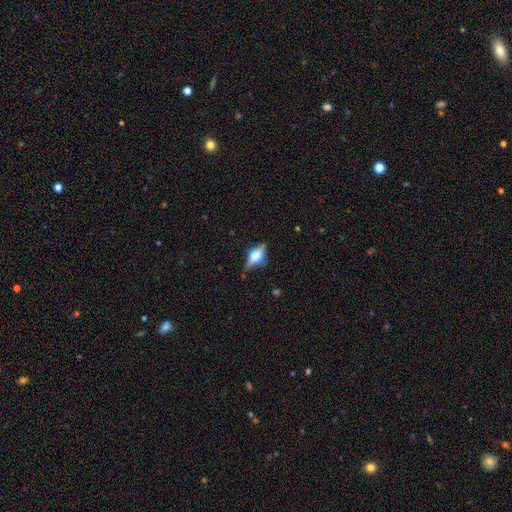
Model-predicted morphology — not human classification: A featured or disk galaxy (63%) viewed edge-on (92%) with a rounded central bulge (95%). Merging: none (76%).